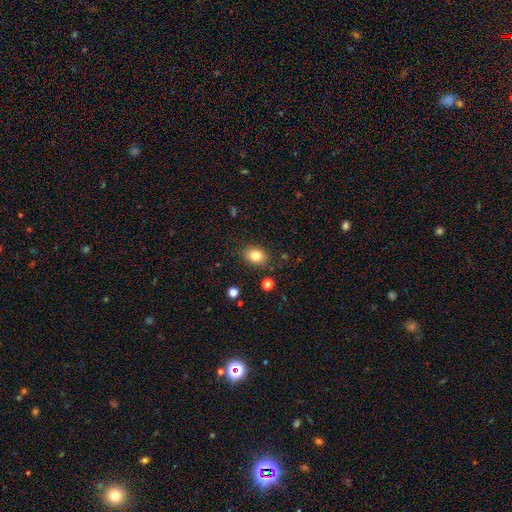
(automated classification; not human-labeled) Smooth or featured? Predicted: smooth (p=0.82). How rounded? Predicted: in between (p=0.66). Merging? Predicted: none (p=0.84).